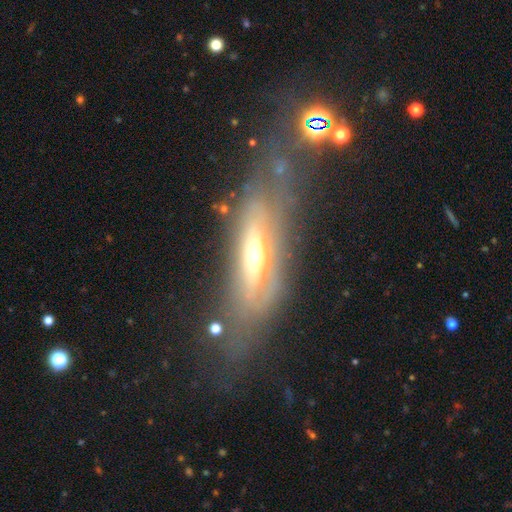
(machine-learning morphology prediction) This is likely a featured or disk galaxy (68%). It is possibly not viewed edge-on (56%). Merging: possibly none (48%).